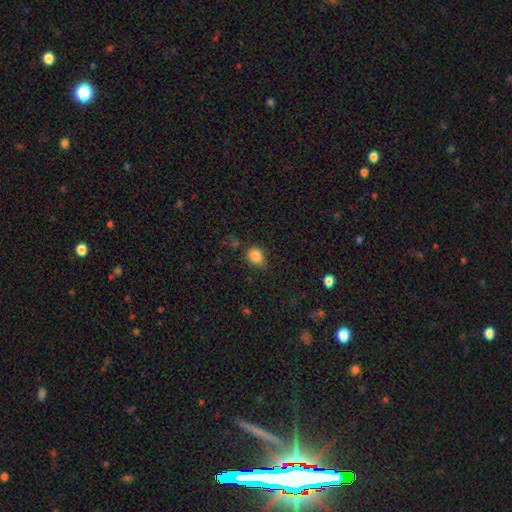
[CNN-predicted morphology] Overall: smooth (85%). How rounded: round (50%; in between 49%). Merging: none (71%).